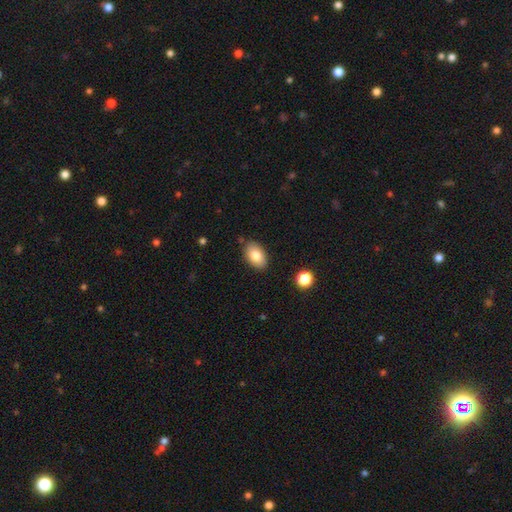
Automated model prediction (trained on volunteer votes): smooth 81%, featured or disk 11%, star or artifact 7%. Down the decision tree: how rounded — in between (91%); merging — none (84%).